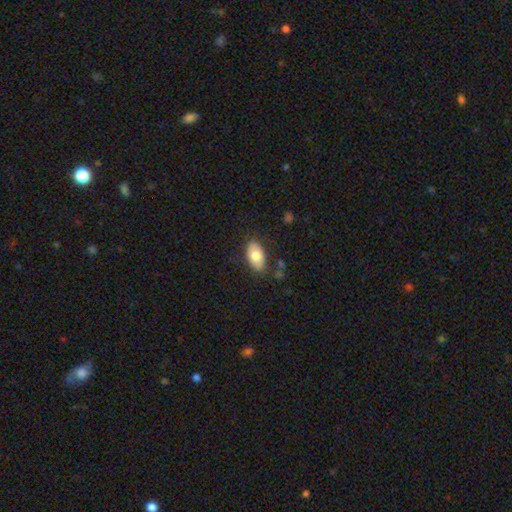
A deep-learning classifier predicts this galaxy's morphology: Smooth or featured? smooth (76%)
How rounded? in between (94%)
Merging? none (81%)